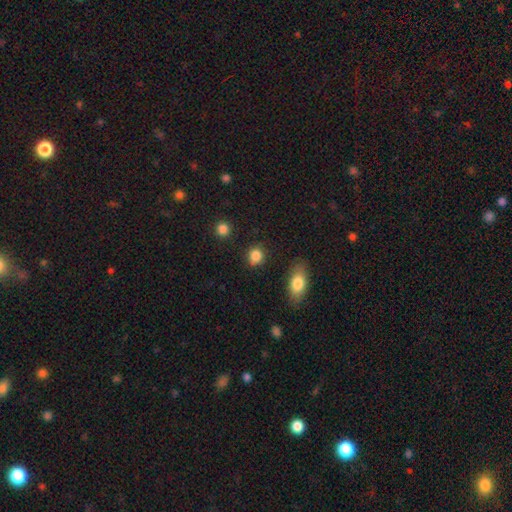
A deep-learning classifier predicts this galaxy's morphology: Smooth or featured? smooth (86%)
How rounded? round (80%)
Merging? none (84%)